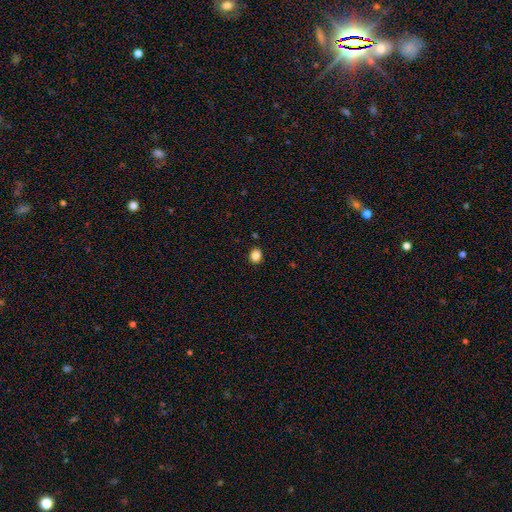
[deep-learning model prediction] smooth_or_featured: smooth (p=0.85) [alt: star or artifact p=0.11]
how_rounded: round (p=0.67) [alt: in between p=0.32]
merging: none (p=0.90) [alt: minor disturbance p=0.06]